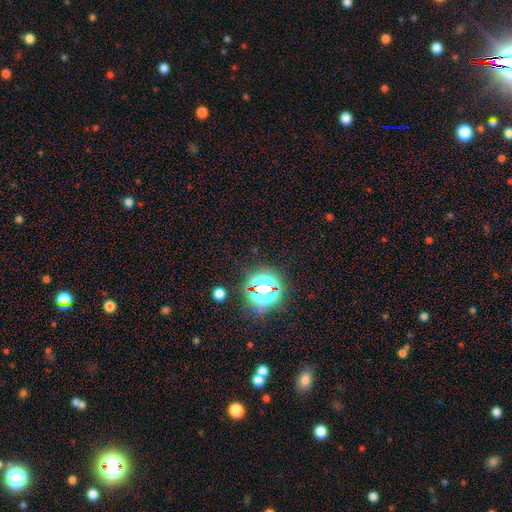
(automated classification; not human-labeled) Q: Smooth or featured?
A: star or artifact (77%); runner-up: smooth (17%)